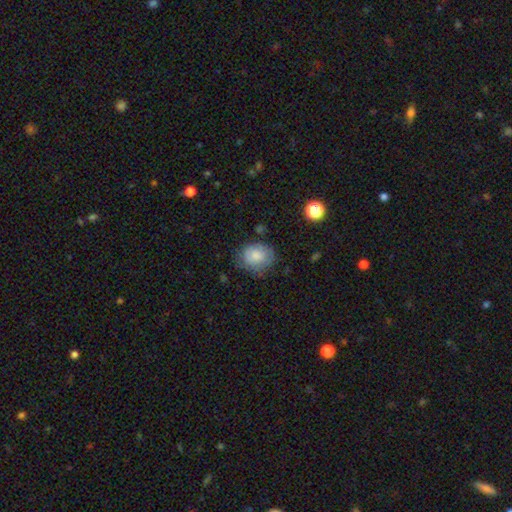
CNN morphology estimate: Smooth or featured? Predicted: smooth (p=0.78). How rounded? Predicted: round (p=0.60). Merging? Predicted: none (p=0.64).